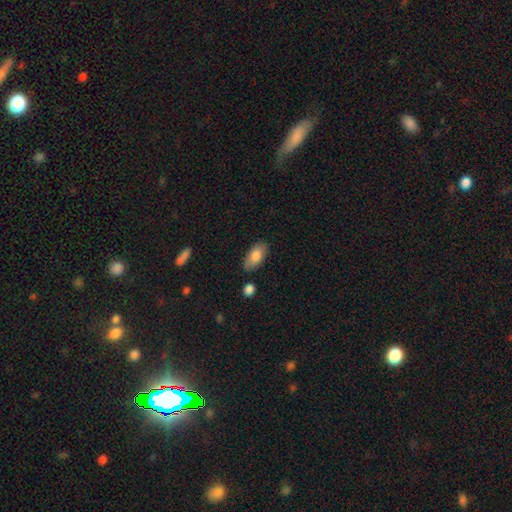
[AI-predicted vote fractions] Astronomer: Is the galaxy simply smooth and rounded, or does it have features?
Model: smooth — 83%.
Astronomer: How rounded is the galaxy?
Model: in between — 92%.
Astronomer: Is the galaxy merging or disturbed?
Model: none — 80%.